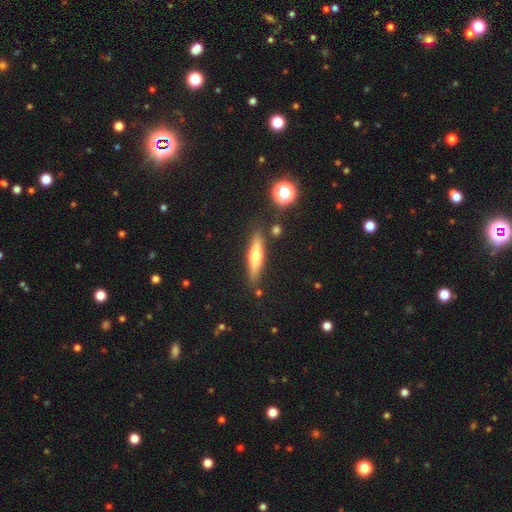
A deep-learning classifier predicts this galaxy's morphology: Smooth or featured? featured or disk (48%)
Merging? none (83%)